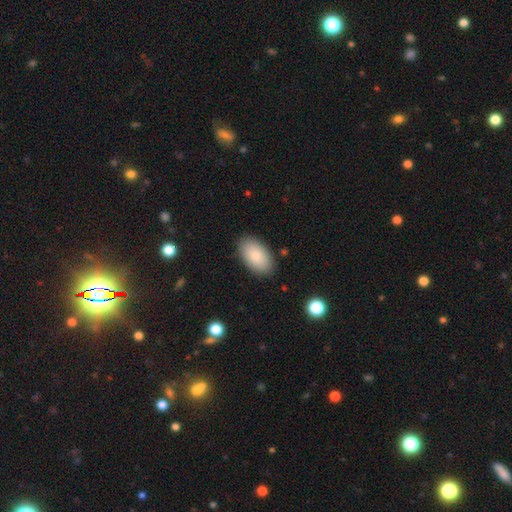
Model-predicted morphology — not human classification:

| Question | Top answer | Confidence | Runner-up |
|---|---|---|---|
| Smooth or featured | smooth | 87% | featured or disk (7%) |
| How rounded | in between | 95% | round (3%) |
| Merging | none | 87% | minor disturbance (10%) |